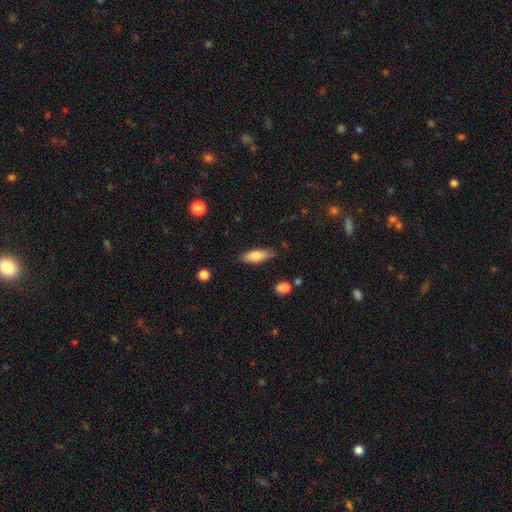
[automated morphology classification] A smooth galaxy with no disk features (76%) that is in between round and cigar-shaped (65%). Merging: none (79%).